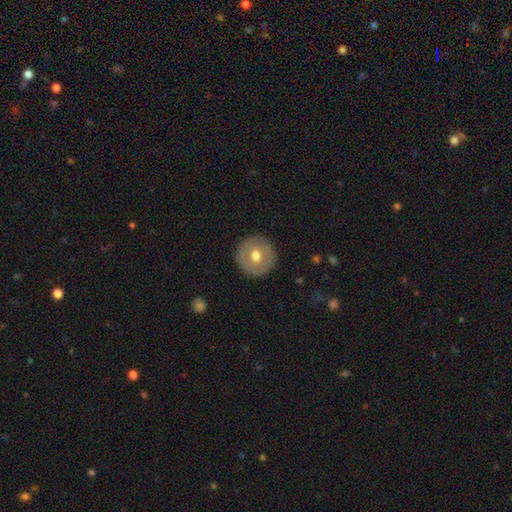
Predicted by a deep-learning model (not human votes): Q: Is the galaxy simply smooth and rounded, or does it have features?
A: smooth — 62%.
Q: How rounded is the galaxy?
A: round — 96%.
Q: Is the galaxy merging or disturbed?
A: none — 91%.